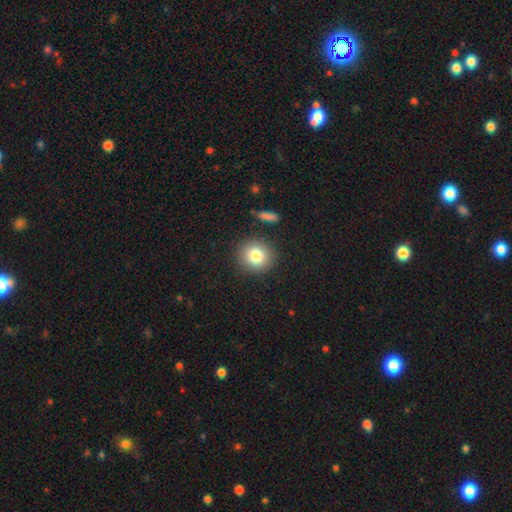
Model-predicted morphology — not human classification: smooth-or-featured: smooth: 81% | star or artifact: 10% | featured or disk: 9%
  how-rounded: round: 88% | in between: 11% | cigar-shaped: 1%
  merging: none: 88% | minor disturbance: 7% | major disturbance: 2% | merger: 2%